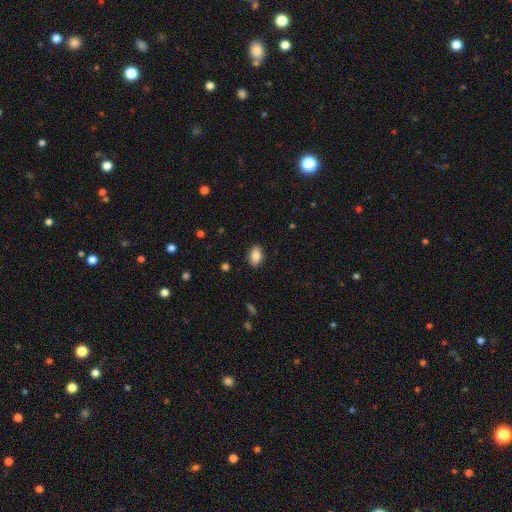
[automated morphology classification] A smooth galaxy with no disk features (87%) that is in between round and cigar-shaped (88%).

Vote fractions:
- Smooth or featured? smooth: 87% / star or artifact: 8% / featured or disk: 6%
- How rounded? in between: 88% / round: 11% / cigar-shaped: 2%
- Merging? none: 88% / minor disturbance: 9% / major disturbance: 2% / merger: 1%